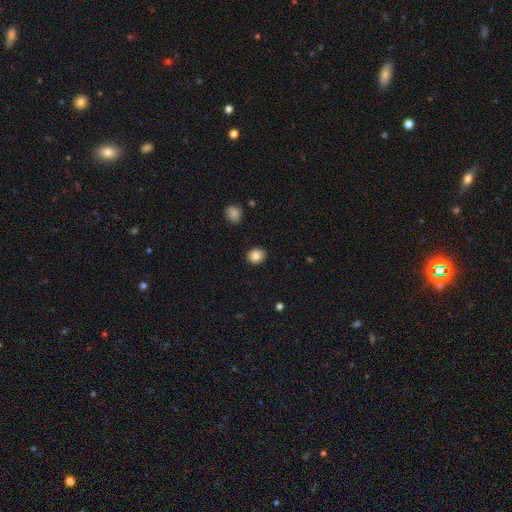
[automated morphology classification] Smooth or featured? Predicted: smooth (p=0.84). How rounded? Predicted: round (p=0.66). Merging? Predicted: none (p=0.90).